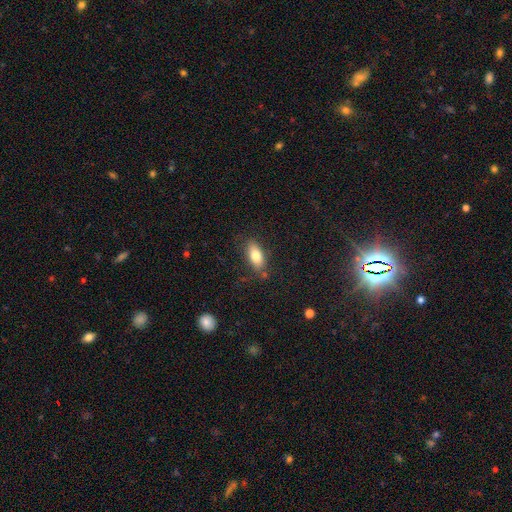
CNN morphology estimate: A smooth galaxy with no disk features (77%) that is in between round and cigar-shaped (85%). Merging: none (79%).